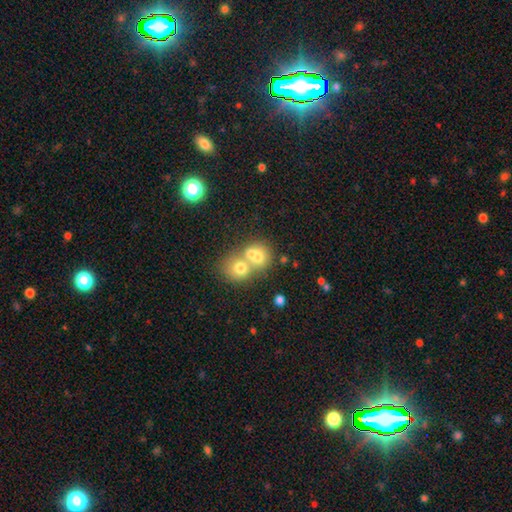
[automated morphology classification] Smooth or featured?
  - smooth: 68% *
  - featured or disk: 21%
  - star or artifact: 11%
How rounded?
  - round: 62% *
  - in between: 37%
  - cigar-shaped: 1%
Merging?
  - merger: 67% *
  - none: 23%
  - minor disturbance: 6%
  - major disturbance: 4%